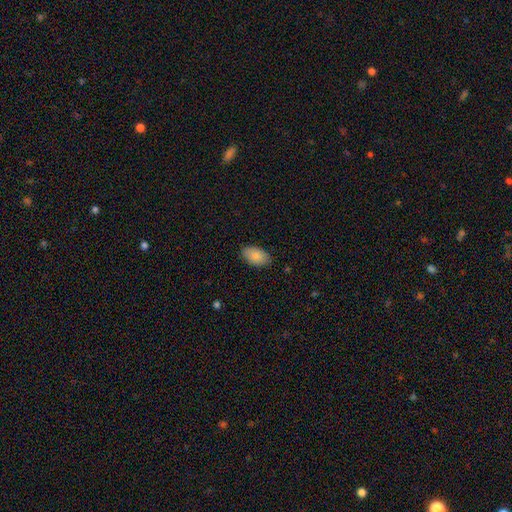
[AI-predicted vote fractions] Smooth or featured: smooth — 85% (featured or disk — 9%)
How rounded: in between — 94% (round — 5%)
Merging: none — 84% (minor disturbance — 13%)